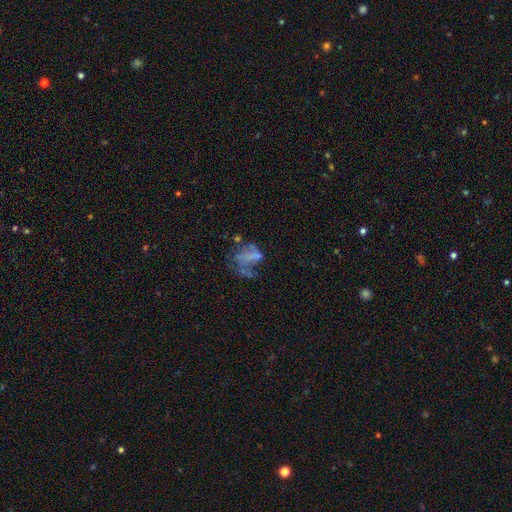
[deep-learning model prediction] smooth_or_featured: featured or disk (p=0.57) [alt: smooth p=0.24]
disk_edge_on: no (p=0.96) [alt: yes p=0.04]
bar: no (p=0.61) [alt: weak p=0.21]
has_spiral_arms: no (p=0.62) [alt: yes p=0.38]
bulge_size: none (p=0.77) [alt: small p=0.12]
merging: major disturbance (p=0.42) [alt: none p=0.31]